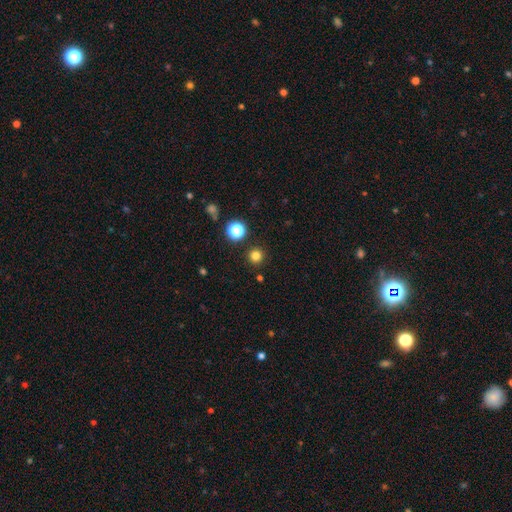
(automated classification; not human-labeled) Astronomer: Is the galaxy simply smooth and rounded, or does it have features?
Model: smooth — 79%.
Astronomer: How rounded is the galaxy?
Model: round — 96%.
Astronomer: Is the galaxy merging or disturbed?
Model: none — 91%.